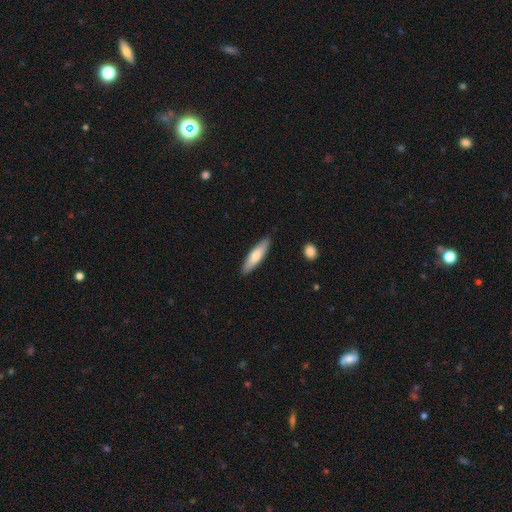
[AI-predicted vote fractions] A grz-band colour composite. It shows a smooth galaxy with no disk features (68%) that is cigar-shaped (69%). Merging: none (89%).